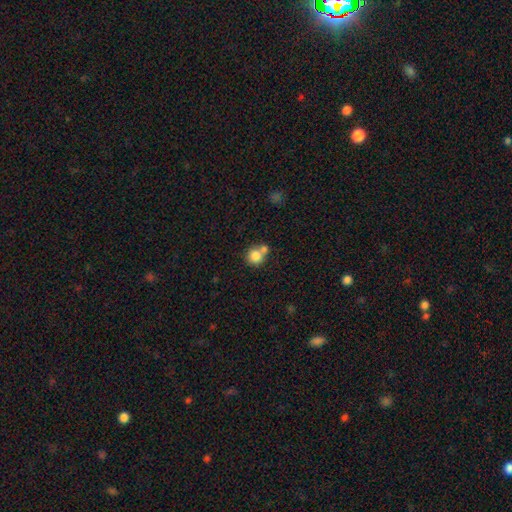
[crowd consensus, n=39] A smooth galaxy with no disk features (85%) that is round (97%).

Vote fractions:
- Smooth or featured? smooth: 85% / featured or disk: 10% / star or artifact: 5%
- How rounded? round: 97% / in between: 3% / cigar-shaped: 0%
- Merging? none: 46% / merger: 43% / minor disturbance: 5% / major disturbance: 5%